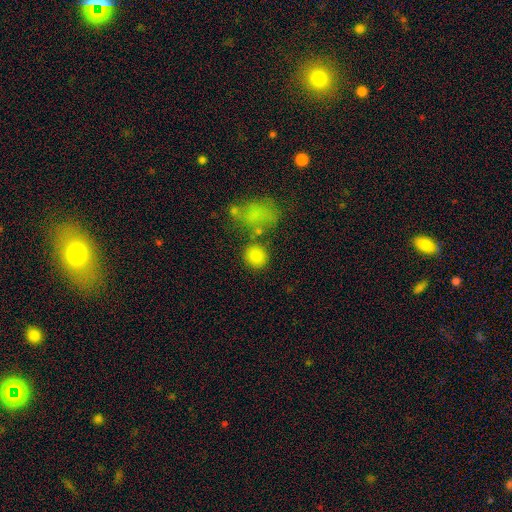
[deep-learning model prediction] A smooth galaxy with no disk features (83%) that is round (83%). Merging: none (74%).